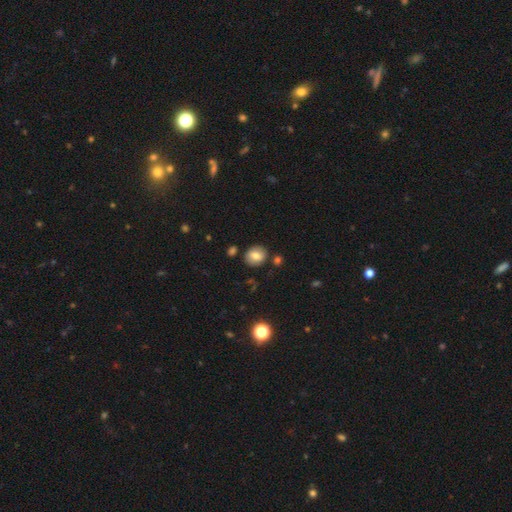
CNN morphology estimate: smooth-or-featured: smooth: 75% | featured or disk: 15% | star or artifact: 10%
  how-rounded: round: 69% | in between: 30% | cigar-shaped: 1%
  merging: none: 83% | minor disturbance: 10% | merger: 4% | major disturbance: 3%